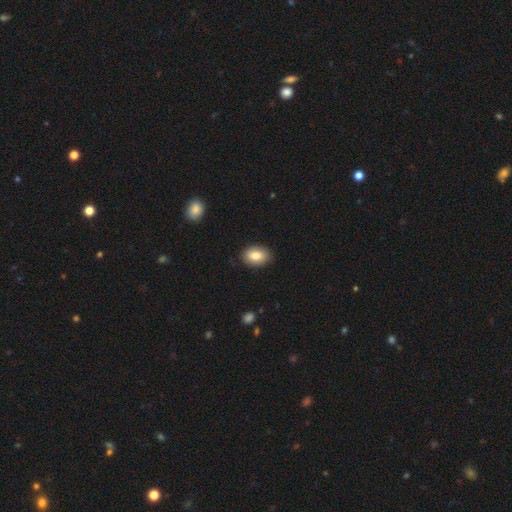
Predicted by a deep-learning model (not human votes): smooth 83%, featured or disk 10%, star or artifact 8%. Down the decision tree: how rounded — in between (80%); merging — none (87%).